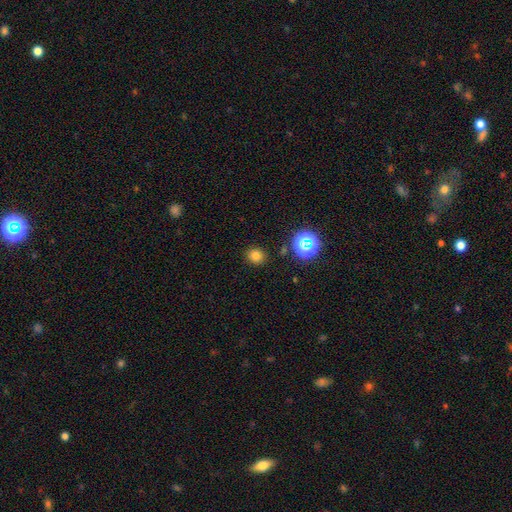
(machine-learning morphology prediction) smooth-or-featured: smooth: 76% | star or artifact: 18% | featured or disk: 6%
  how-rounded: round: 86% | in between: 13% | cigar-shaped: 1%
  merging: none: 89% | minor disturbance: 7% | major disturbance: 2% | merger: 2%